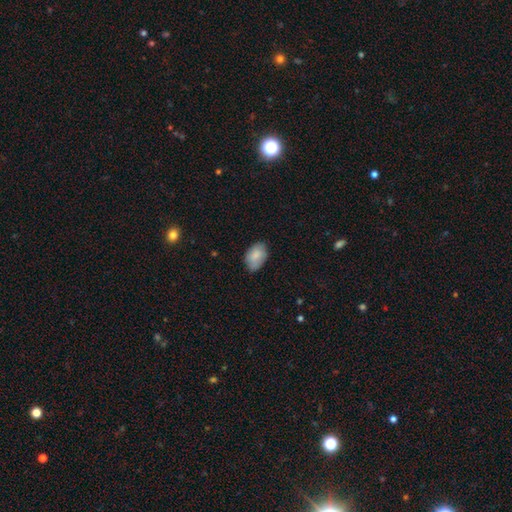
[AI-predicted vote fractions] A smooth galaxy with no disk features (84%) that is in between round and cigar-shaped (90%). Merging: none (72%).